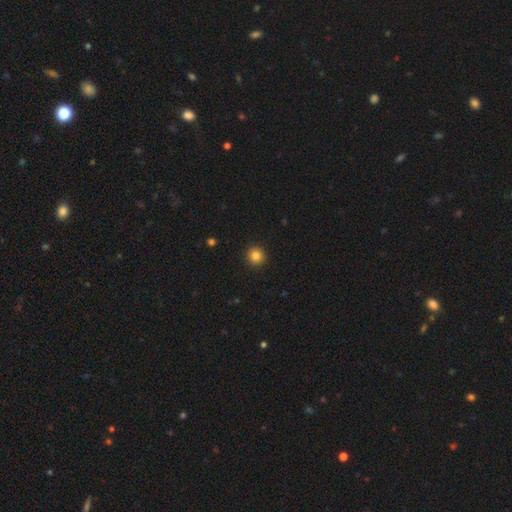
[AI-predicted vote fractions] Morphology: type=smooth (84%); roundness=round (95%); merging=none (93%).